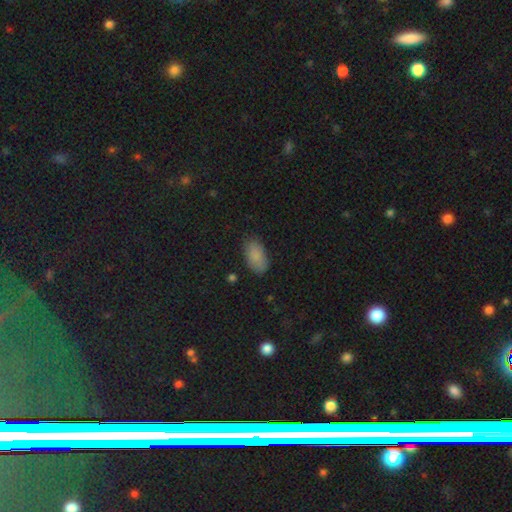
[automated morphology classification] Smooth or featured: smooth — 85% (star or artifact — 8%)
How rounded: in between — 94% (round — 4%)
Merging: none — 79% (minor disturbance — 16%)